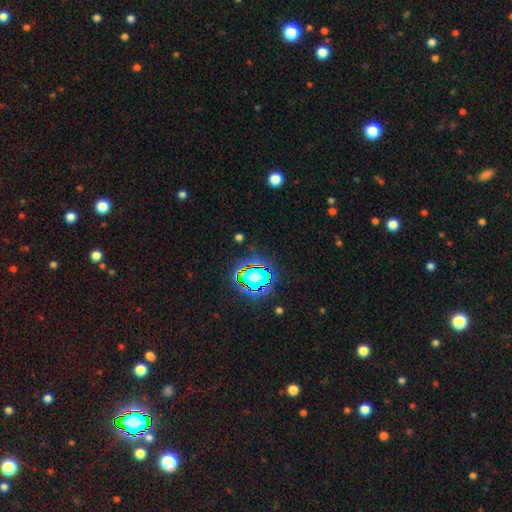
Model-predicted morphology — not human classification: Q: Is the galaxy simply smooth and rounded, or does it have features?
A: star or artifact — 80%.